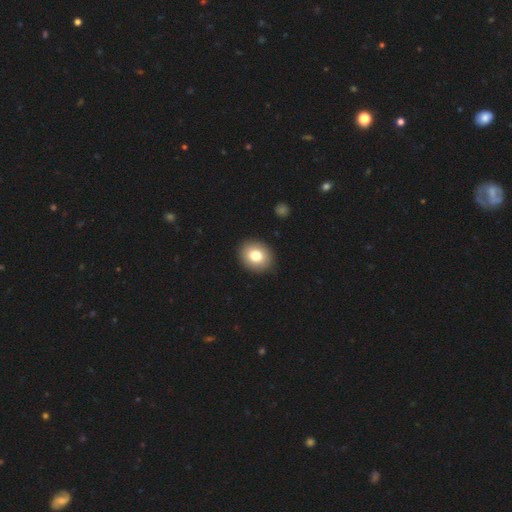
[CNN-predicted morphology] smooth 79%, featured or disk 12%, star or artifact 9%. Down the decision tree: how rounded — round (58%); merging — none (91%).